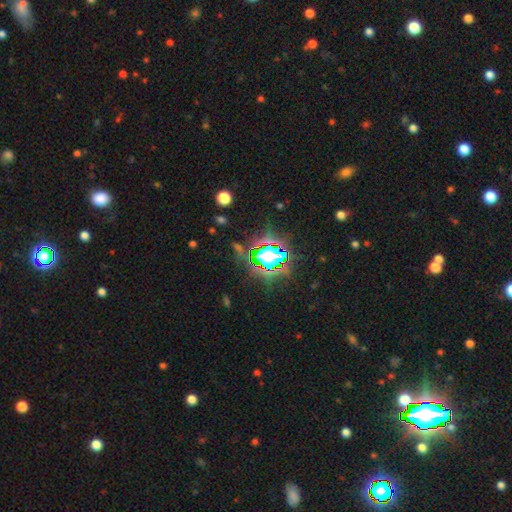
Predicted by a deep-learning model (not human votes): Q: Smooth or featured?
A: star or artifact (81%); runner-up: smooth (12%)